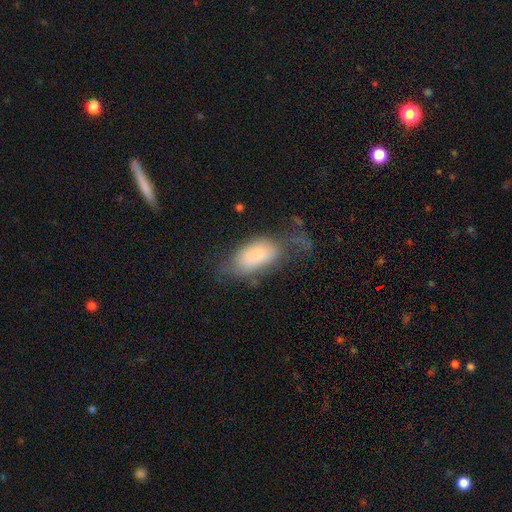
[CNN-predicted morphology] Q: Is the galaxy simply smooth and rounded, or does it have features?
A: smooth — 75%.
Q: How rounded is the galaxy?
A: in between — 92%.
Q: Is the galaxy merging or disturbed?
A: major disturbance — 36%.